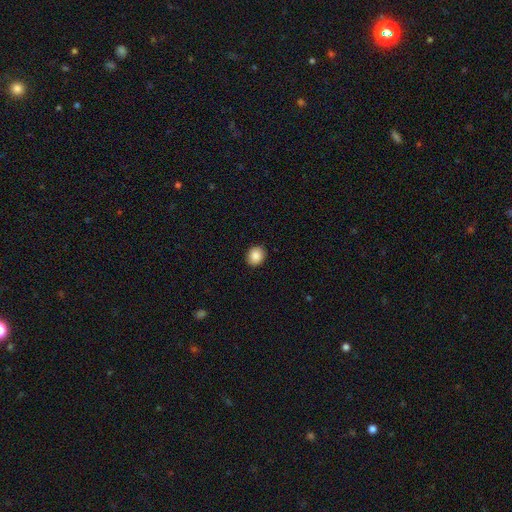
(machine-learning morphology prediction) Smooth or featured?
  - smooth: 87% *
  - star or artifact: 8%
  - featured or disk: 4%
How rounded?
  - round: 67% *
  - in between: 32%
  - cigar-shaped: 1%
Merging?
  - none: 91% *
  - minor disturbance: 7%
  - major disturbance: 2%
  - merger: 1%